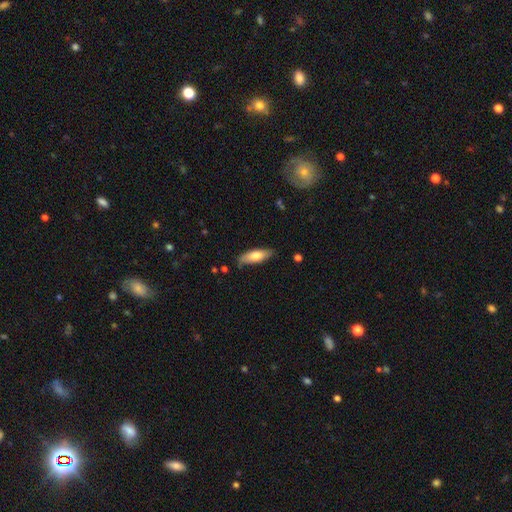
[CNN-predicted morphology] smooth_or_featured: smooth (p=0.69) [alt: featured or disk p=0.26]
how_rounded: in between (p=0.56) [alt: cigar-shaped p=0.42]
merging: none (p=0.79) [alt: minor disturbance p=0.16]